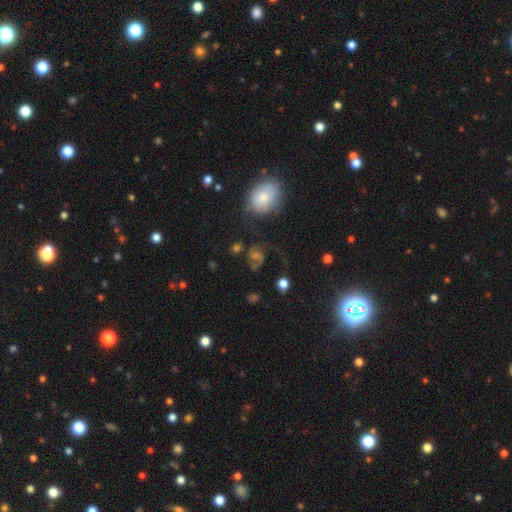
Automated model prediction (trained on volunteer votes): A featured or disk galaxy (39%).

Vote fractions:
- Smooth or featured? featured or disk: 39% / smooth: 34% / star or artifact: 26%
- Merging? none: 55% / major disturbance: 20% / minor disturbance: 17% / merger: 7%